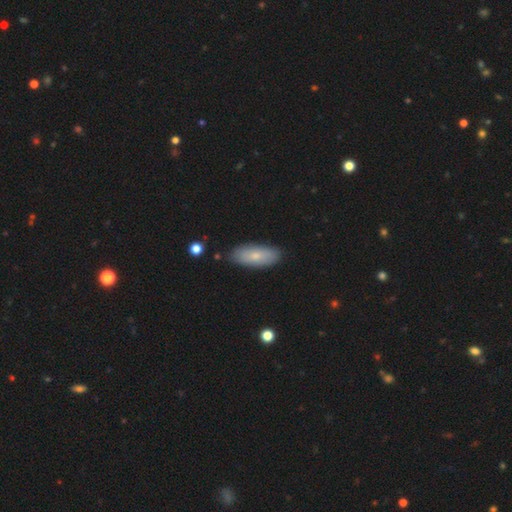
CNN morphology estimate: A smooth galaxy with no disk features (73%) that is in between round and cigar-shaped (80%).

Vote fractions:
- Smooth or featured? smooth: 73% / featured or disk: 20% / star or artifact: 6%
- How rounded? in between: 80% / cigar-shaped: 18% / round: 2%
- Merging? none: 84% / minor disturbance: 12% / major disturbance: 2% / merger: 2%